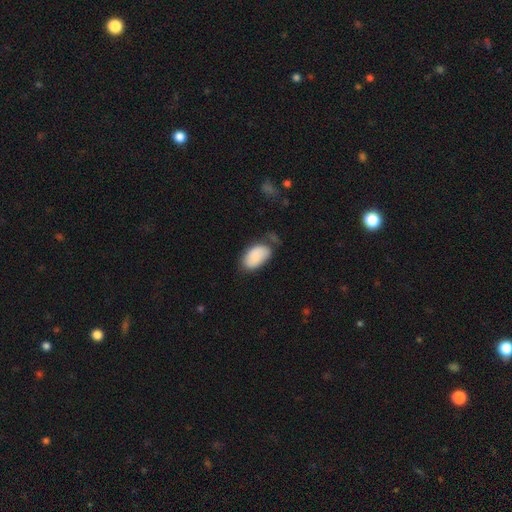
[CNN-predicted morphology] Smooth or featured: smooth — 86% (featured or disk — 8%)
How rounded: in between — 94% (round — 4%)
Merging: none — 54% (minor disturbance — 30%)